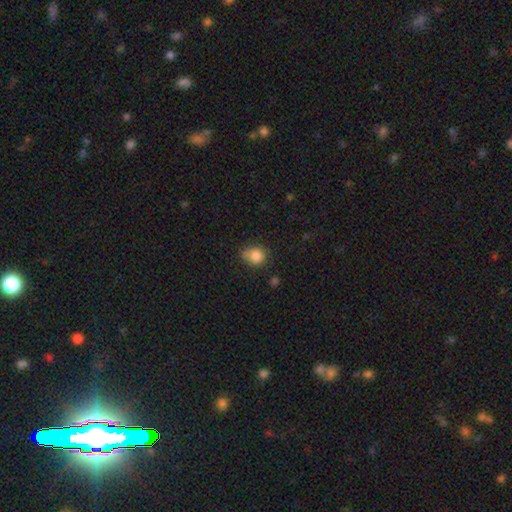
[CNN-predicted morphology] smooth 83%, star or artifact 10%, featured or disk 7%. Down the decision tree: how rounded — round (73%); merging — none (58%).